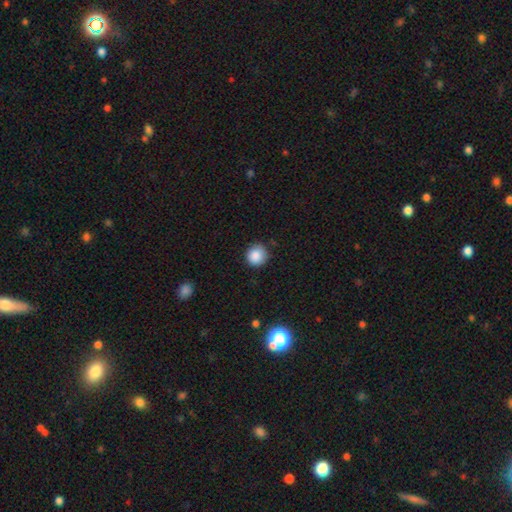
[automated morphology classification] Smooth or featured?
  - smooth: 87% *
  - star or artifact: 10%
  - featured or disk: 4%
How rounded?
  - round: 92% *
  - in between: 7%
  - cigar-shaped: 1%
Merging?
  - none: 83% *
  - minor disturbance: 13%
  - major disturbance: 3%
  - merger: 1%